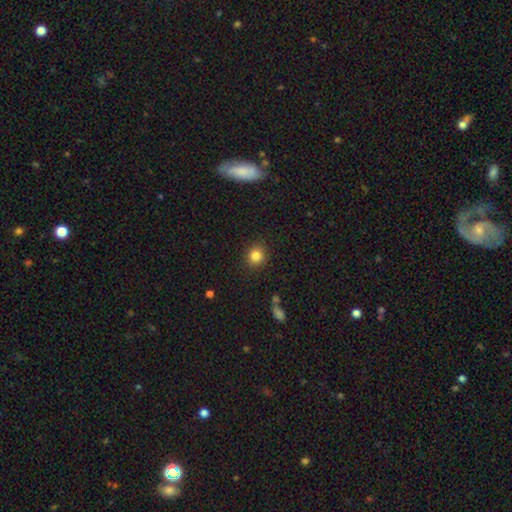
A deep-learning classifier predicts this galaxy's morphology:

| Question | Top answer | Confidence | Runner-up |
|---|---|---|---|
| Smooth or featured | smooth | 83% | star or artifact (11%) |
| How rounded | round | 82% | in between (17%) |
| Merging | none | 88% | minor disturbance (8%) |